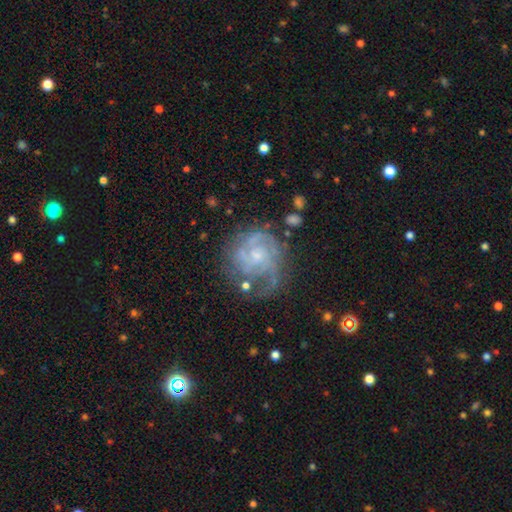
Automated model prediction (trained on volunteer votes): Morphology: type=featured or disk (85%); edge-on=no (98%); bar=no (69%); spiral arms=yes (94%); winding=tight (53%); arm count=3 (27%, tied with 2); bulge=small (57%); merging=none (57%).